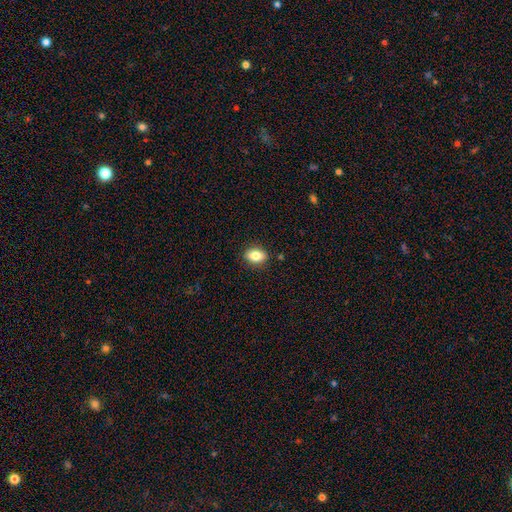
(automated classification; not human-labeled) Q: Smooth or featured?
A: smooth (81%); runner-up: featured or disk (11%)
Q: How rounded?
A: in between (79%); runner-up: round (18%)
Q: Merging?
A: none (87%); runner-up: minor disturbance (9%)